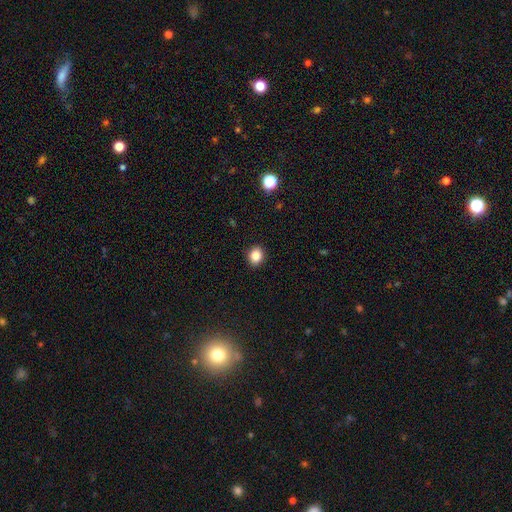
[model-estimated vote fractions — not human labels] The model was most divided on "how rounded": round: 60%, in between: 39%, cigar-shaped: 1%. More confident: merging — none (91%); smooth or featured — smooth (85%).